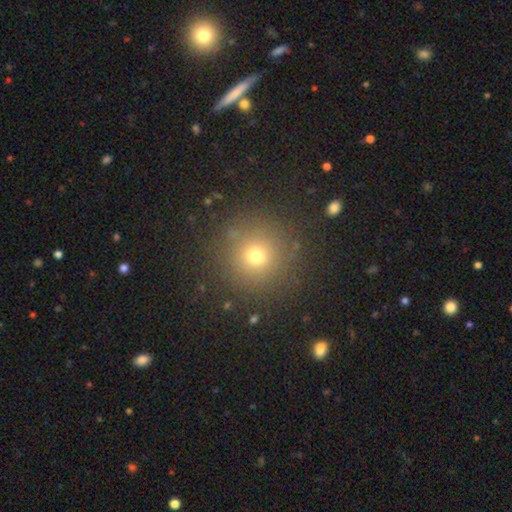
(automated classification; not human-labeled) Overall: smooth (70%). How rounded: round (94%). Merging: none (86%).